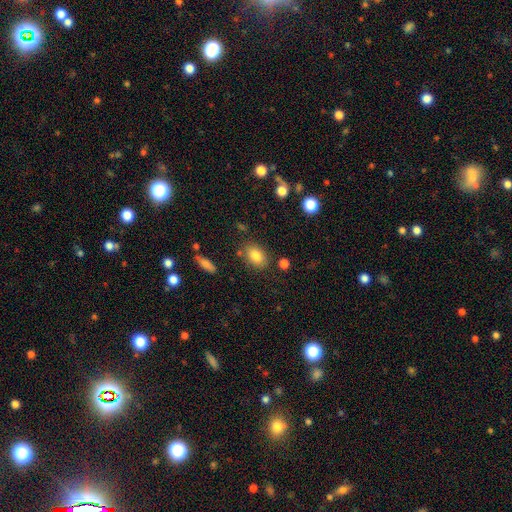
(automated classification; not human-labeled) smooth-or-featured: smooth: 83% | star or artifact: 9% | featured or disk: 8%
  how-rounded: in between: 83% | round: 16% | cigar-shaped: 2%
  merging: none: 79% | minor disturbance: 12% | merger: 5% | major disturbance: 4%